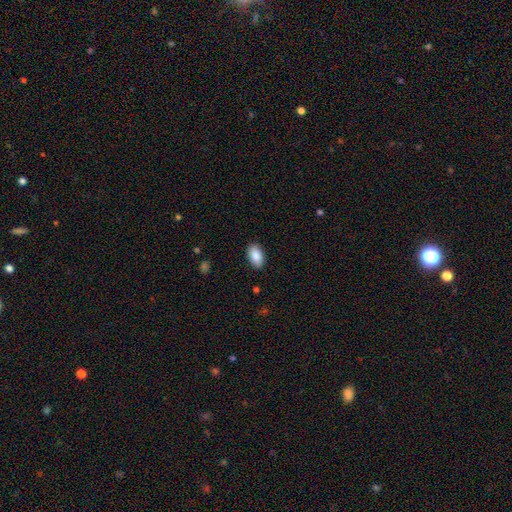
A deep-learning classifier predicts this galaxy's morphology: Smooth or featured?
  - smooth: 89% *
  - star or artifact: 7%
  - featured or disk: 4%
How rounded?
  - in between: 94% *
  - round: 4%
  - cigar-shaped: 2%
Merging?
  - none: 88% *
  - minor disturbance: 9%
  - major disturbance: 2%
  - merger: 1%